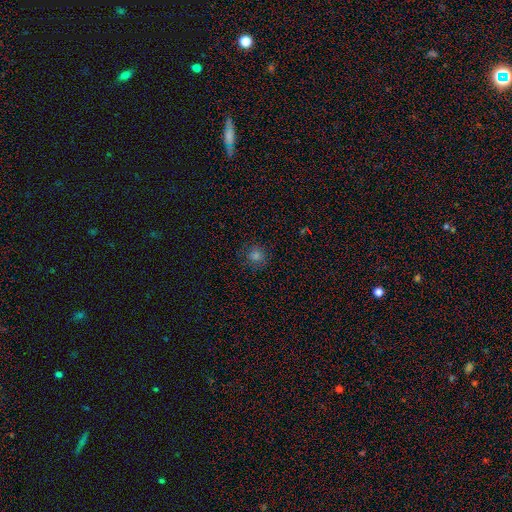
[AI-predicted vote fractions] smooth 72%, star or artifact 20%, featured or disk 7%. Down the decision tree: how rounded — round (91%); merging — none (86%).